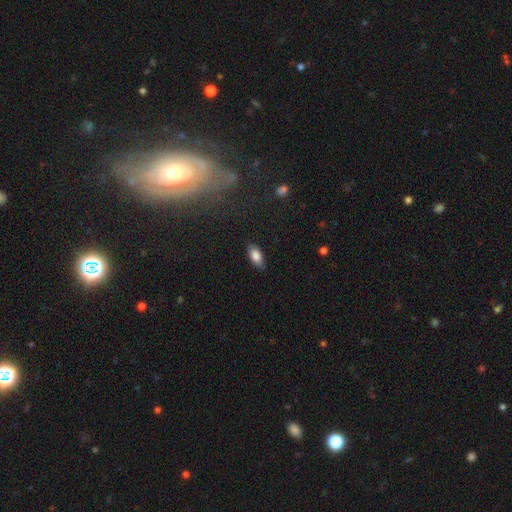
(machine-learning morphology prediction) smooth_or_featured: smooth (p=0.84) [alt: featured or disk p=0.08]
how_rounded: in between (p=0.88) [alt: cigar-shaped p=0.09]
merging: none (p=0.84) [alt: minor disturbance p=0.12]